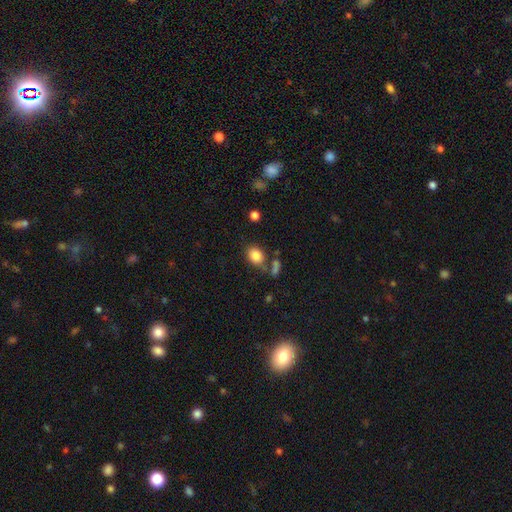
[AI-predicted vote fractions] Morphology: type=smooth (84%); roundness=in between (62%); merging=none (63%).